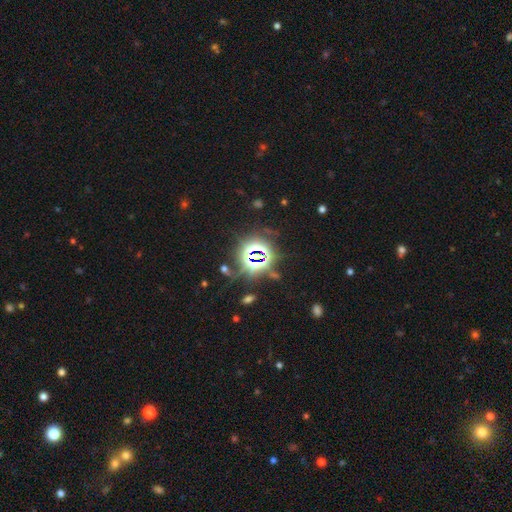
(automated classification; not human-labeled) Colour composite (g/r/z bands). It shows a star or artifact, not a galaxy (80%).